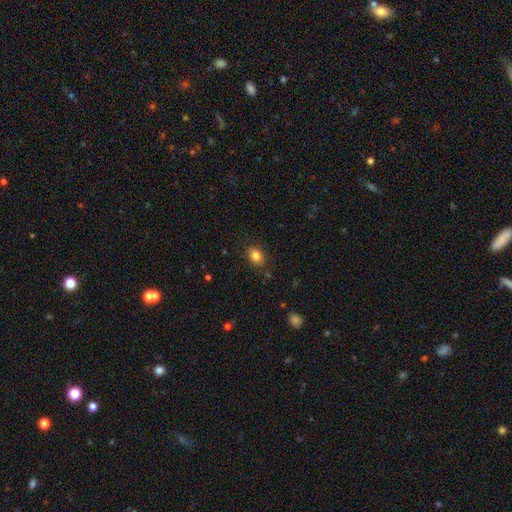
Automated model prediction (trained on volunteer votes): A smooth galaxy with no disk features (83%) that is in between round and cigar-shaped (71%).

Vote fractions:
- Smooth or featured? smooth: 83% / star or artifact: 10% / featured or disk: 7%
- How rounded? in between: 71% / round: 28% / cigar-shaped: 1%
- Merging? none: 85% / minor disturbance: 11% / major disturbance: 3% / merger: 1%